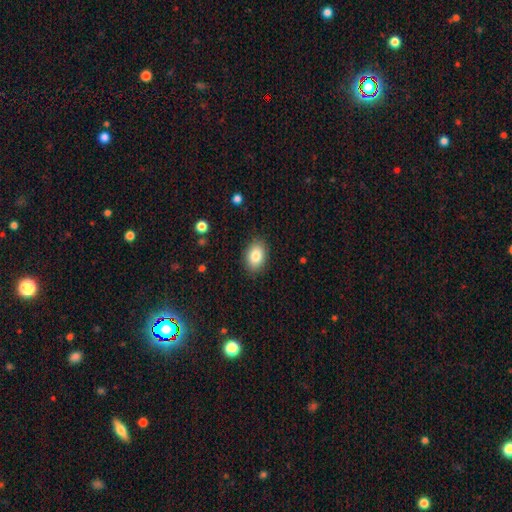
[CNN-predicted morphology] Smooth or featured: smooth — 85% (featured or disk — 8%)
How rounded: in between — 84% (round — 15%)
Merging: none — 87% (minor disturbance — 10%)